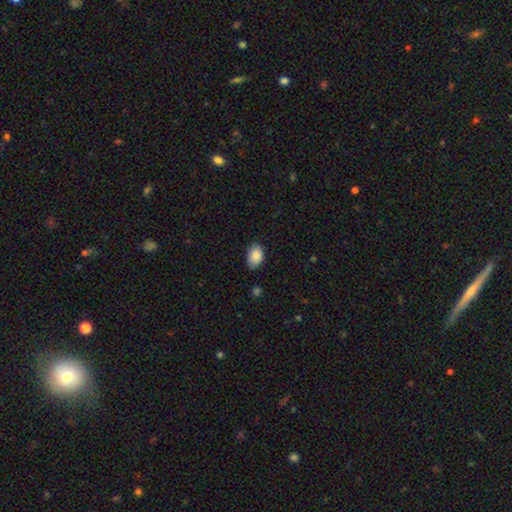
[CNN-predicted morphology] Smooth or featured?
  - smooth: 88% *
  - star or artifact: 7%
  - featured or disk: 5%
How rounded?
  - in between: 90% *
  - round: 8%
  - cigar-shaped: 1%
Merging?
  - none: 79% *
  - minor disturbance: 17%
  - major disturbance: 2%
  - merger: 1%